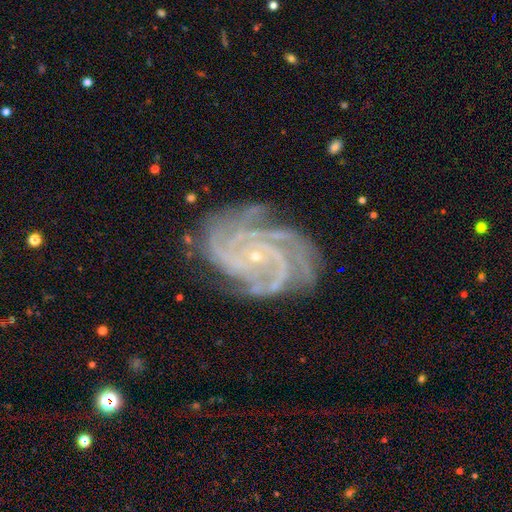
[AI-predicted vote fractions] smooth-or-featured: featured or disk: 91% | star or artifact: 6% | smooth: 3%
  disk-edge-on: no: 98% | yes: 2%
    bar: no: 71% | weak: 21% | strong: 8%
    has-spiral-arms: yes: 99% | no: 1%
      spiral-winding: tight: 67% | medium: 30% | loose: 4%
      spiral-arm-count: 4: 34% | 3: 26% | can't tell: 11% | more than 4: 11% | 2: 11% | 1: 7%
    bulge-size: small: 88% | moderate: 9% | none: 2% | large: 1% | dominant: 1%
  merging: none: 74% | minor disturbance: 18% | major disturbance: 6% | merger: 2%